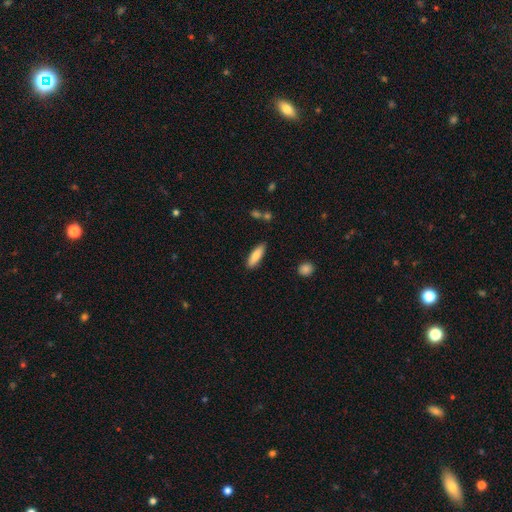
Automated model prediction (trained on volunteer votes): Smooth or featured?
  - smooth: 82% *
  - featured or disk: 12%
  - star or artifact: 6%
How rounded?
  - cigar-shaped: 50% *
  - in between: 48%
  - round: 2%
Merging?
  - none: 86% *
  - minor disturbance: 10%
  - merger: 2%
  - major disturbance: 2%